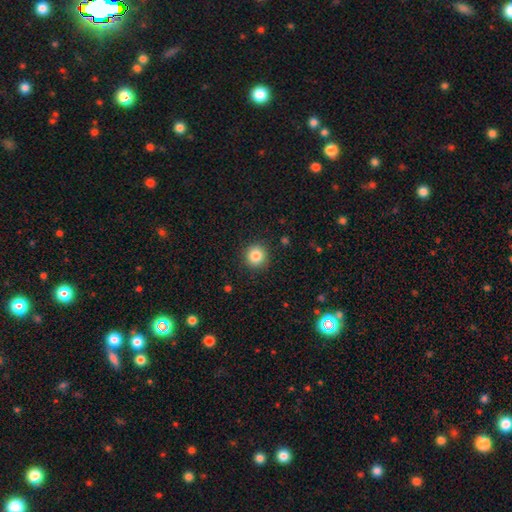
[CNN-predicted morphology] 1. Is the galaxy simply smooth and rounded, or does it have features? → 84% smooth, 10% star or artifact, 5% featured or disk.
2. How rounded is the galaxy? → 94% round, 6% in between, 1% cigar-shaped.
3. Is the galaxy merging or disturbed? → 91% none, 6% minor disturbance, 2% major disturbance, 1% merger.